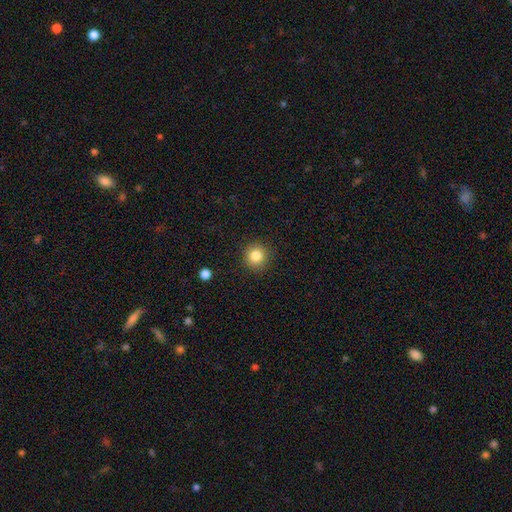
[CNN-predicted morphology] A smooth galaxy with no disk features (84%) that is round (92%). Merging: none (90%).